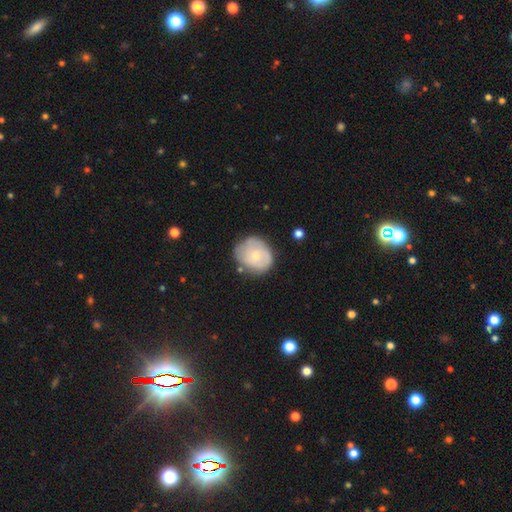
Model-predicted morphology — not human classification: A smooth galaxy with no disk features (55%) that is round (64%). Merging: none (59%).